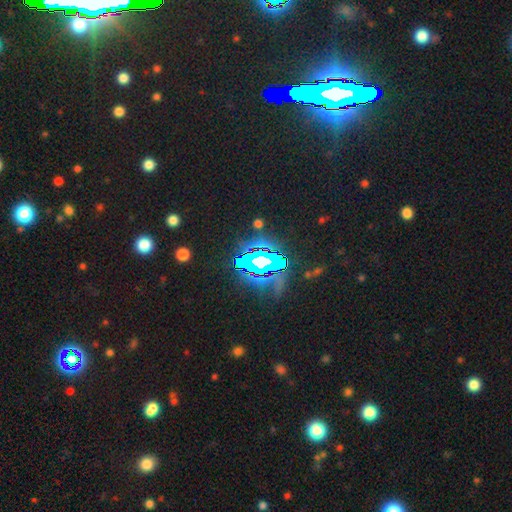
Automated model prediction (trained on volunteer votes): smooth-or-featured: star or artifact: 81% | smooth: 10% | featured or disk: 9%